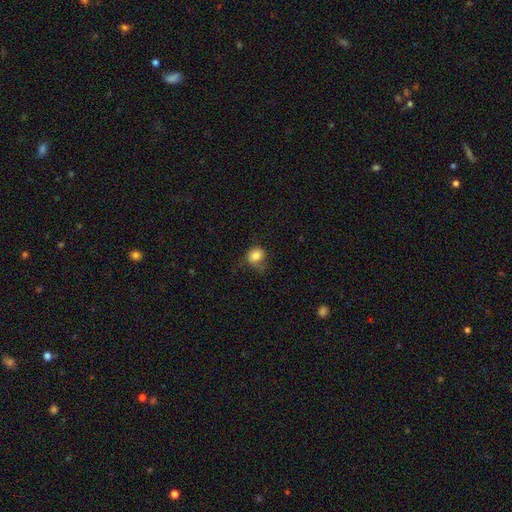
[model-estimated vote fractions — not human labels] Q: Smooth or featured?
A: smooth (82%); runner-up: star or artifact (10%)
Q: How rounded?
A: round (70%); runner-up: in between (30%)
Q: Merging?
A: none (51%); runner-up: minor disturbance (30%)